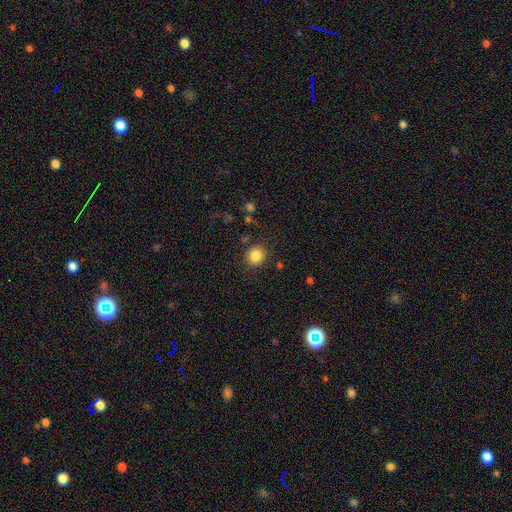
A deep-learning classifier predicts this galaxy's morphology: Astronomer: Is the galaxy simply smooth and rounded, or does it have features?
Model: smooth — 85%.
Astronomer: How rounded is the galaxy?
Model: round — 88%.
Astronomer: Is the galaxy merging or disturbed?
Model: none — 88%.